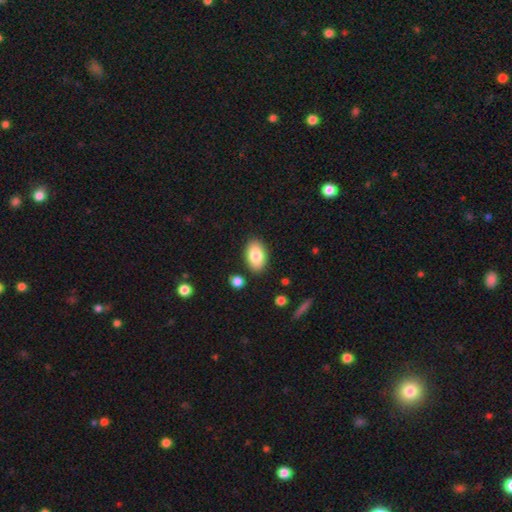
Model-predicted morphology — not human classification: Overall: smooth (82%). How rounded: in between (93%). Merging: none (86%).